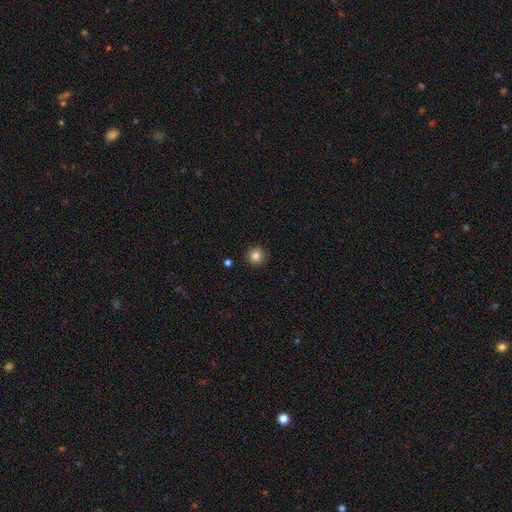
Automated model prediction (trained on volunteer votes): The model was most divided on "smooth or featured": smooth: 85%, star or artifact: 11%, featured or disk: 5%. More confident: how rounded — round (94%); merging — none (91%).